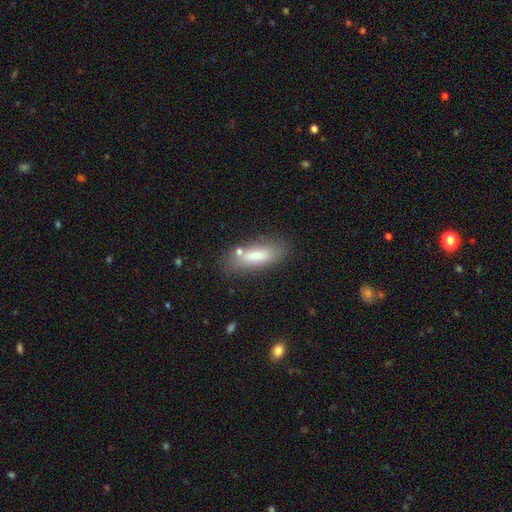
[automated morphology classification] type=smooth (78%); roundness=in between (64%); merging=none (72%).